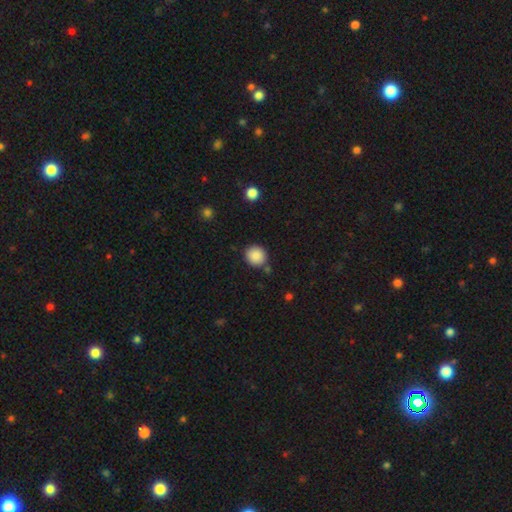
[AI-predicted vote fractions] smooth 88%, star or artifact 8%, featured or disk 4%. Down the decision tree: how rounded — round (89%); merging — none (85%).